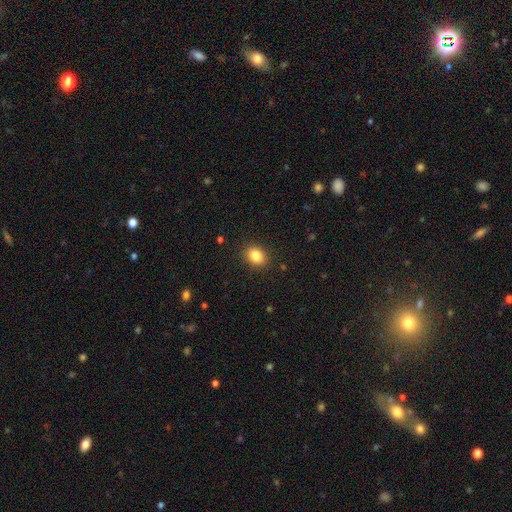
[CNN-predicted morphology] Smooth or featured: smooth — 84% (star or artifact — 10%)
How rounded: in between — 54% (round — 45%)
Merging: none — 89% (minor disturbance — 8%)